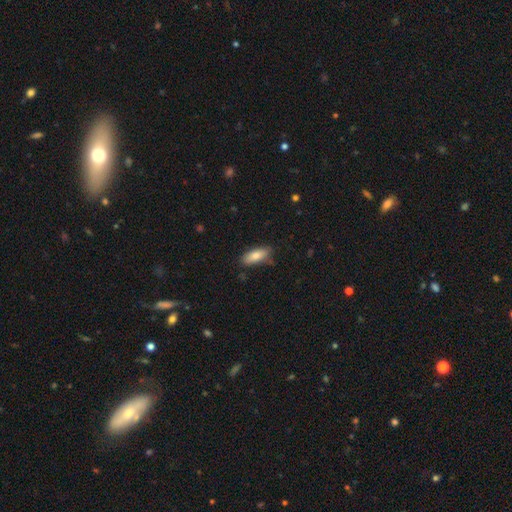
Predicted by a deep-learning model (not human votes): Smooth or featured?
  - smooth: 81% *
  - featured or disk: 13%
  - star or artifact: 7%
How rounded?
  - in between: 75% *
  - cigar-shaped: 23%
  - round: 2%
Merging?
  - none: 78% *
  - minor disturbance: 16%
  - major disturbance: 3%
  - merger: 2%